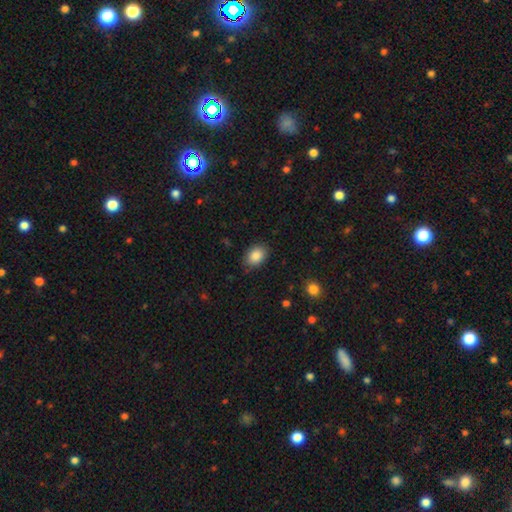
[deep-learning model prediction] This is clearly a smooth galaxy (87%). How rounded: likely in between (76%). Merging: clearly none (84%).